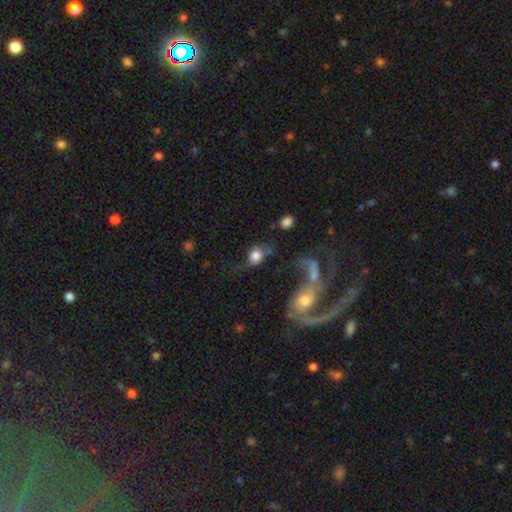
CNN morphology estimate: smooth_or_featured: smooth (p=0.70) [alt: featured or disk p=0.21]
how_rounded: in between (p=0.49) [alt: round p=0.48]
merging: none (p=0.34) [alt: major disturbance p=0.27]